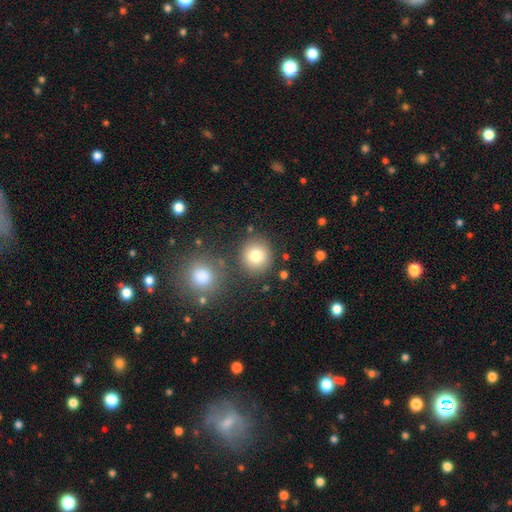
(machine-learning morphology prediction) smooth_or_featured: smooth (p=0.80) [alt: star or artifact p=0.11]
how_rounded: round (p=0.90) [alt: in between p=0.09]
merging: none (p=0.81) [alt: minor disturbance p=0.08]